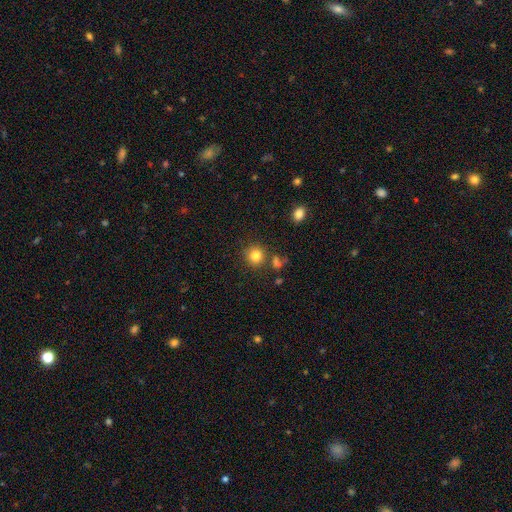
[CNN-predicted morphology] Overall: smooth (83%). How rounded: round (90%). Merging: none (80%).